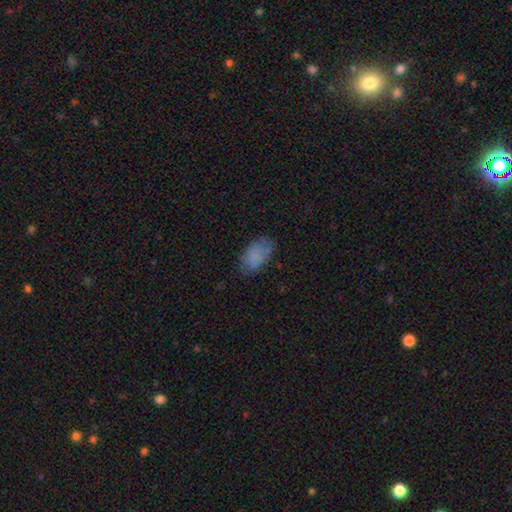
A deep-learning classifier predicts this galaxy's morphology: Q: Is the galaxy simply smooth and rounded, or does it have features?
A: smooth — 81%.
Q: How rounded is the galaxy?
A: in between — 93%.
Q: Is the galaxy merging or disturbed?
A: none — 72%.